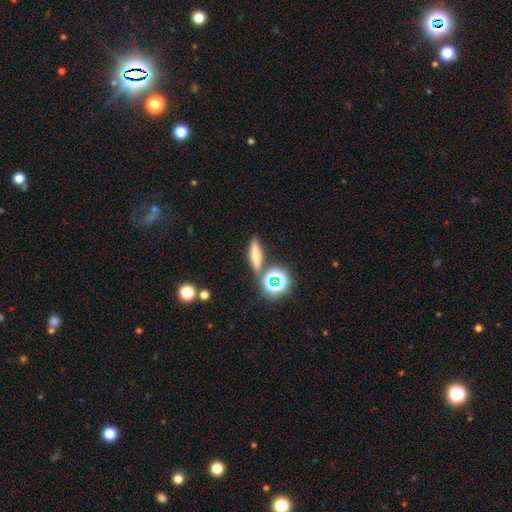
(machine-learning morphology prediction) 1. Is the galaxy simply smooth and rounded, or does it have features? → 58% smooth, 23% featured or disk, 19% star or artifact.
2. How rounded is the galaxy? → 58% cigar-shaped, 27% in between, 15% round.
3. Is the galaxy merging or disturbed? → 77% none, 10% minor disturbance, 9% merger, 4% major disturbance.